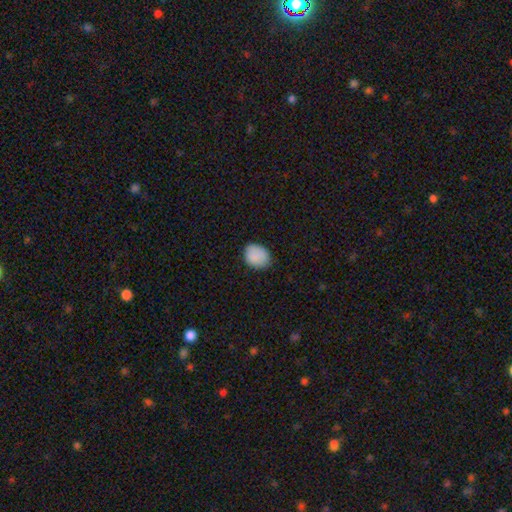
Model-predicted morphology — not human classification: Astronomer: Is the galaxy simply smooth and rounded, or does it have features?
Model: smooth — 88%.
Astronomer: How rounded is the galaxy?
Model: in between — 52% (runner-up: round, 47%).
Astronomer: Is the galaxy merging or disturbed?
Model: none — 76%.